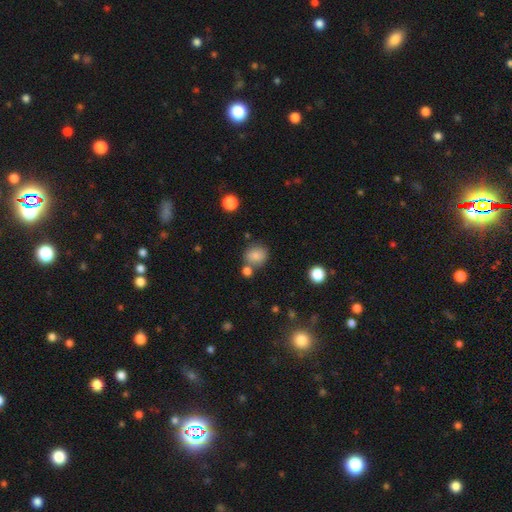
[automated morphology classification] Smooth or featured: smooth — 82% (star or artifact — 11%)
How rounded: round — 78% (in between — 22%)
Merging: none — 67% (merger — 17%)